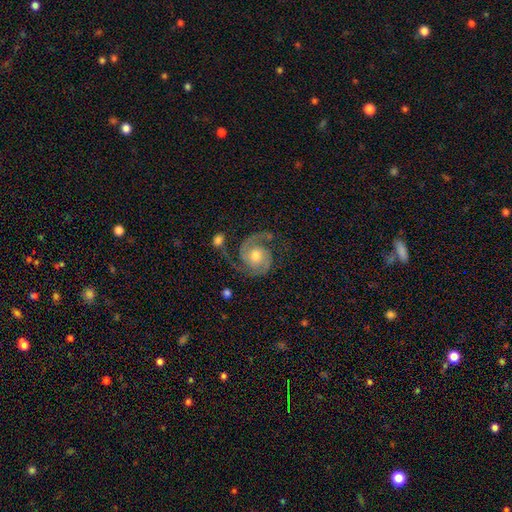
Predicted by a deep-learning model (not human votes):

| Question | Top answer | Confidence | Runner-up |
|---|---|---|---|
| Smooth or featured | featured or disk | 90% | smooth (5%) |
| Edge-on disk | no | 98% | yes (2%) |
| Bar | no | 69% | weak (26%) |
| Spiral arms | yes | 98% | no (2%) |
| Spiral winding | medium | 51% | tight (35%) |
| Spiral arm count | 2 | 92% | can't tell (2%) |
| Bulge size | moderate | 72% | small (17%) |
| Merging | none | 72% | minor disturbance (16%) |